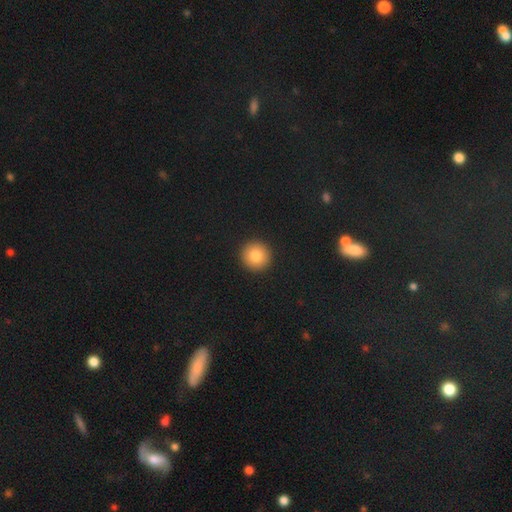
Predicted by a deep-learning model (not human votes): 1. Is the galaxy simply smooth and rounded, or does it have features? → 83% smooth, 10% star or artifact, 8% featured or disk.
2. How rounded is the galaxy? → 95% round, 4% in between, 1% cigar-shaped.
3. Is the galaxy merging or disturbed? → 94% none, 4% minor disturbance, 1% major disturbance, 1% merger.